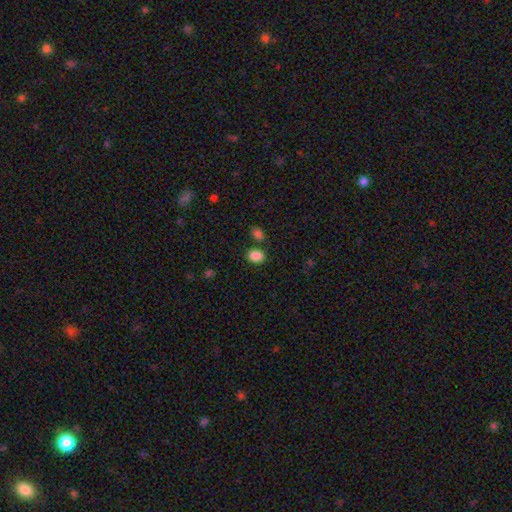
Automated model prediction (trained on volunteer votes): Smooth or featured? Predicted: smooth (p=0.87). How rounded? Predicted: in between (p=0.61). Merging? Predicted: none (p=0.77).